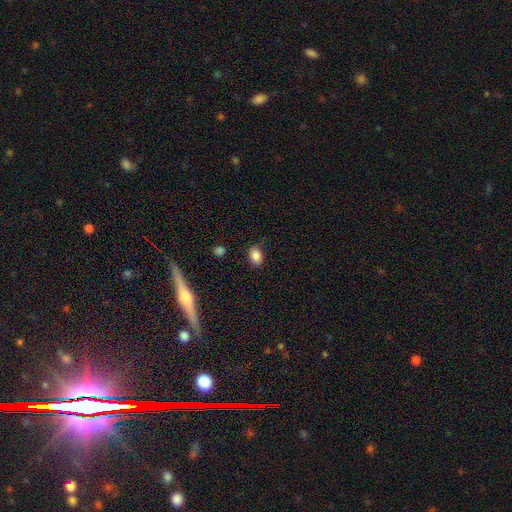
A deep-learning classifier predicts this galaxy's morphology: smooth_or_featured: smooth (p=0.86) [alt: star or artifact p=0.09]
how_rounded: in between (p=0.77) [alt: round p=0.22]
merging: none (p=0.83) [alt: minor disturbance p=0.12]